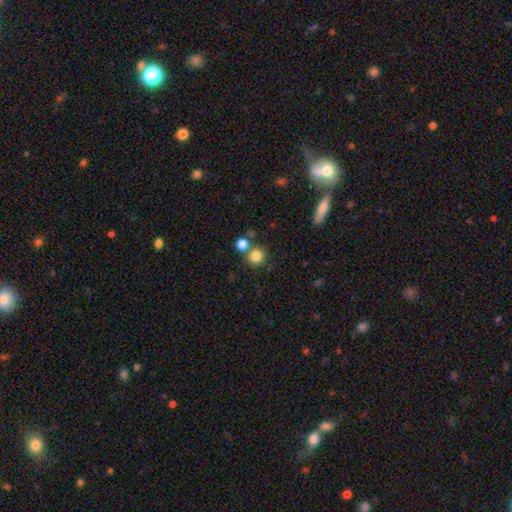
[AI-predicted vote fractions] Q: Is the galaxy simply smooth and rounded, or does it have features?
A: smooth — 83%.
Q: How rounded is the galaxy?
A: round — 91%.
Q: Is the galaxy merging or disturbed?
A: none — 69%.